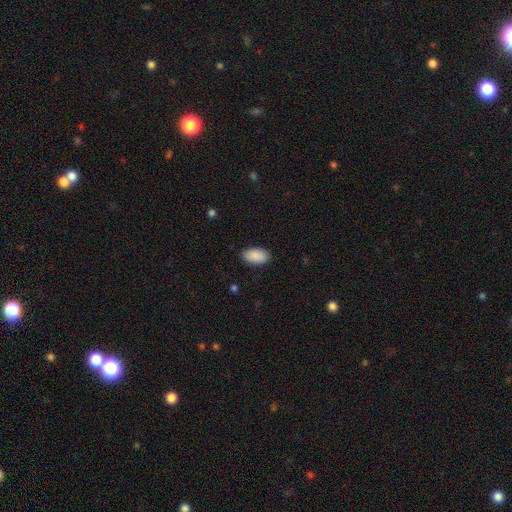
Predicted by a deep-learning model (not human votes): This appears to be a smooth galaxy with no disk features (90%) that is in between round and cigar-shaped (95%). Merging: none (87%).